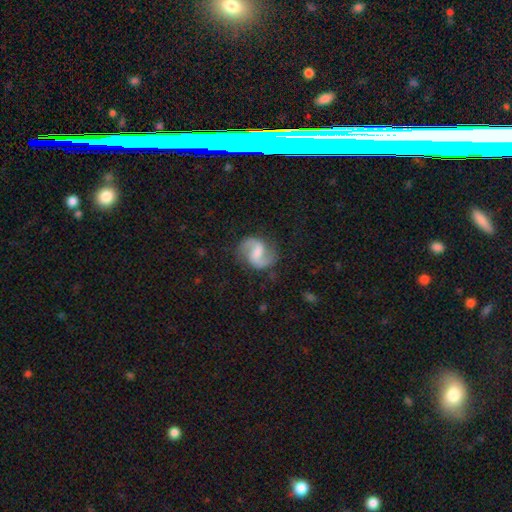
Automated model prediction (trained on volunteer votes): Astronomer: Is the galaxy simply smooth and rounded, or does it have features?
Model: featured or disk — 86%.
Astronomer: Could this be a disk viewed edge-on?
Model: no — 98%.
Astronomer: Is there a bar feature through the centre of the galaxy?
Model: weak — 53%.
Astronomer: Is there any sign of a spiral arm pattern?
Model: yes — 97%.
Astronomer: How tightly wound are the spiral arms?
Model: medium — 48% (runner-up: loose, 41%).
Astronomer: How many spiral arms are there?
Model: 2 — 94%.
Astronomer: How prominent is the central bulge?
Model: moderate — 36% (runner-up: small, 34%).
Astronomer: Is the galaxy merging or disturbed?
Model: none — 81%.